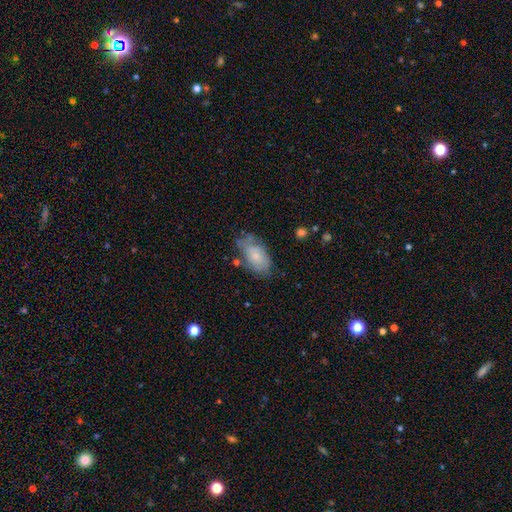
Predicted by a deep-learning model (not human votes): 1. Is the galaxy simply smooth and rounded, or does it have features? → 66% smooth, 26% featured or disk, 7% star or artifact.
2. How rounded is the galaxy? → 92% in between, 6% round, 2% cigar-shaped.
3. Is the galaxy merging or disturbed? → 53% none, 31% minor disturbance, 11% major disturbance, 5% merger.